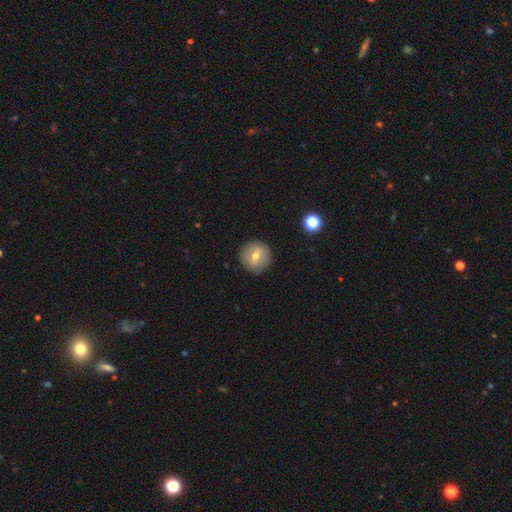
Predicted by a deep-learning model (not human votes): Smooth or featured? smooth (57%)
How rounded? round (94%)
Merging? none (90%)